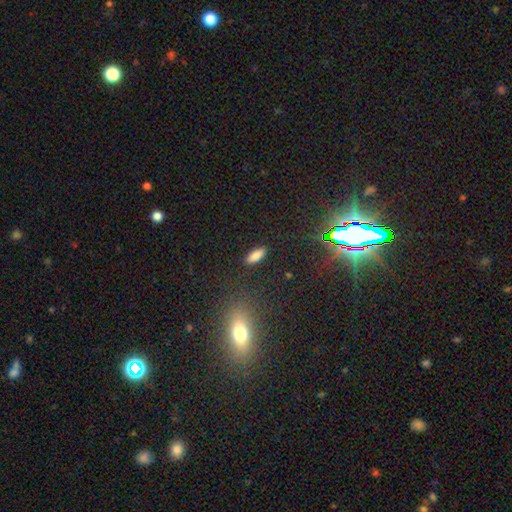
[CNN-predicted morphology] This is clearly a smooth galaxy (84%). How rounded: likely in between (76%). Merging: clearly none (89%).